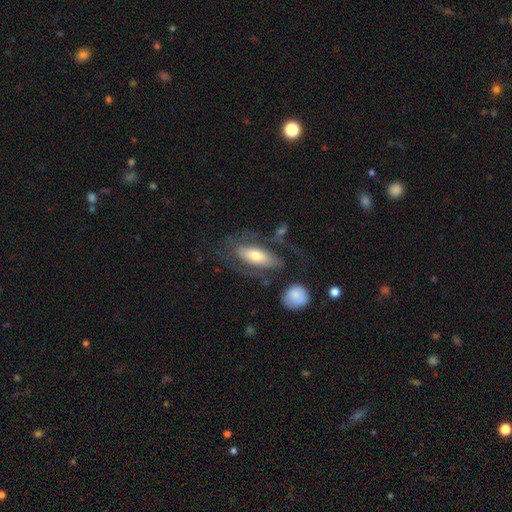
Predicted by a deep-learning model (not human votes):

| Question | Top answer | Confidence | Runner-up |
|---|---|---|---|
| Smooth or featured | featured or disk | 47% | smooth (46%) |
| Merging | none | 48% | major disturbance (28%) |